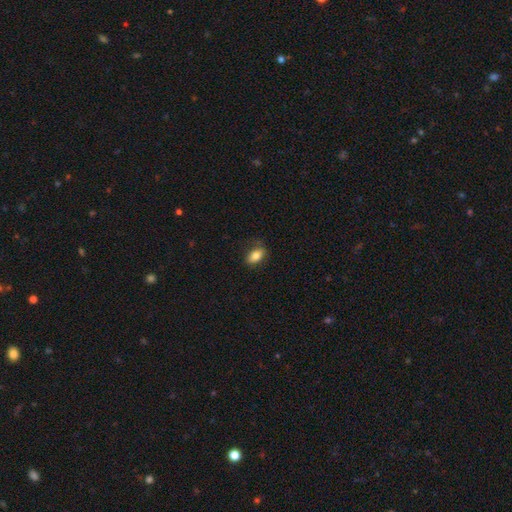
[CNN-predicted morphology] Overall: smooth (82%). How rounded: in between (89%). Merging: none (76%).